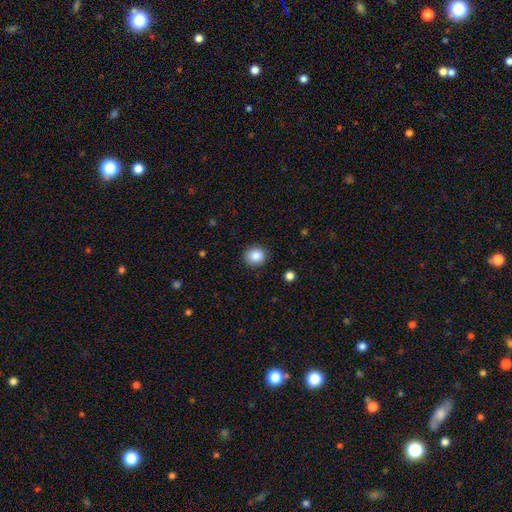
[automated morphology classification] Smooth or featured: smooth — 86% (star or artifact — 9%)
How rounded: round — 88% (in between — 11%)
Merging: none — 91% (minor disturbance — 6%)